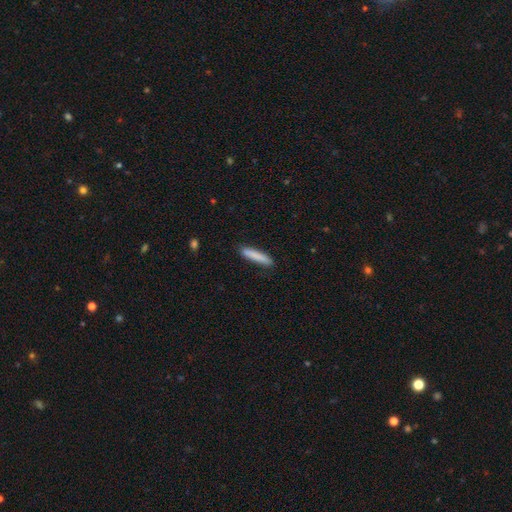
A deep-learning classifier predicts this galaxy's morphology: A smooth galaxy with no disk features (85%) that is cigar-shaped (91%).

Vote fractions:
- Smooth or featured? smooth: 85% / featured or disk: 9% / star or artifact: 6%
- How rounded? cigar-shaped: 91% / in between: 8% / round: 1%
- Merging? none: 89% / minor disturbance: 8% / major disturbance: 2% / merger: 1%